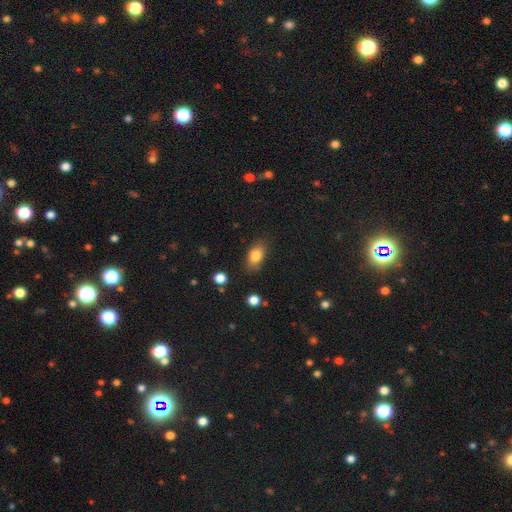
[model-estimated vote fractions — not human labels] This appears to be a smooth galaxy with no disk features (82%) that is in between round and cigar-shaped (83%). Merging: none (77%).